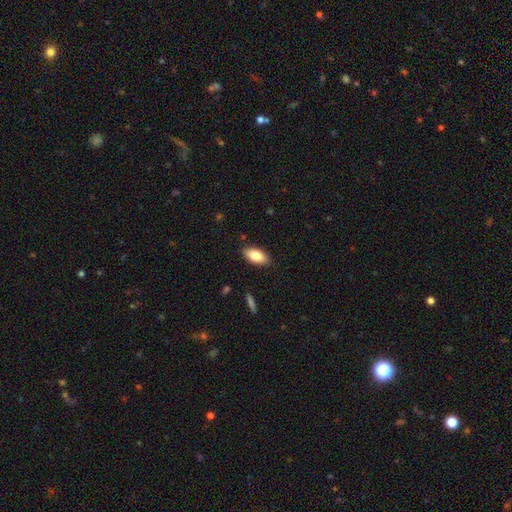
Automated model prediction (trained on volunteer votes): A smooth galaxy with no disk features (83%) that is in between round and cigar-shaped (90%).

Vote fractions:
- Smooth or featured? smooth: 83% / featured or disk: 11% / star or artifact: 7%
- How rounded? in between: 90% / cigar-shaped: 7% / round: 2%
- Merging? none: 86% / minor disturbance: 11% / major disturbance: 2% / merger: 1%